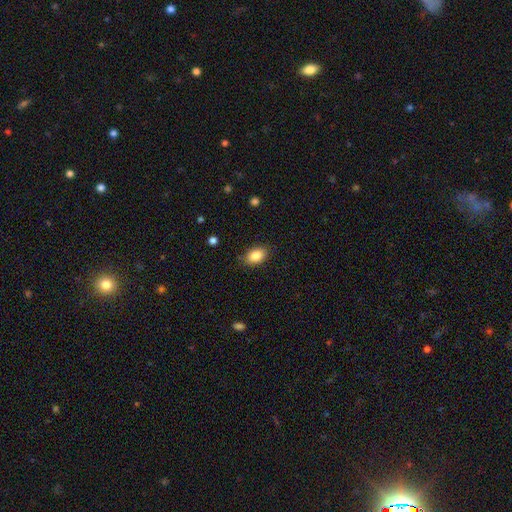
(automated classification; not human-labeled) Smooth or featured: smooth — 86% (star or artifact — 8%)
How rounded: in between — 85% (round — 14%)
Merging: none — 85% (minor disturbance — 11%)